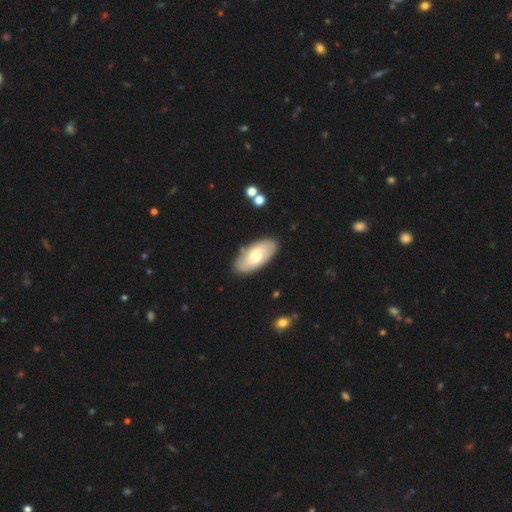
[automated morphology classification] smooth-or-featured: smooth: 61% | featured or disk: 33% | star or artifact: 5%
  how-rounded: in between: 93% | cigar-shaped: 5% | round: 2%
  merging: none: 85% | minor disturbance: 10% | major disturbance: 2% | merger: 2%